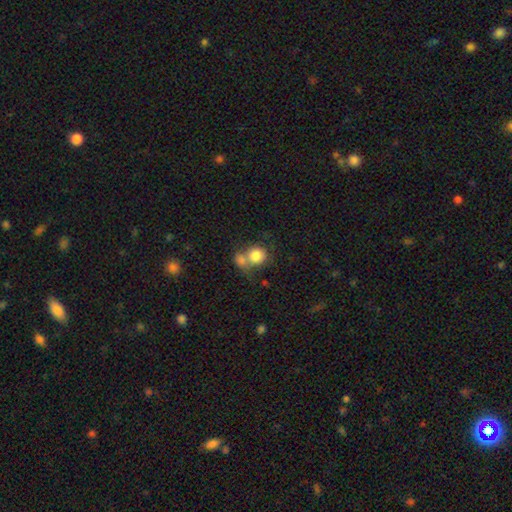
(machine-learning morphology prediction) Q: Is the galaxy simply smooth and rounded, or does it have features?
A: smooth — 81%.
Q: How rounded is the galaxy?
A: round — 83%.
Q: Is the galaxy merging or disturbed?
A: merger — 51%.